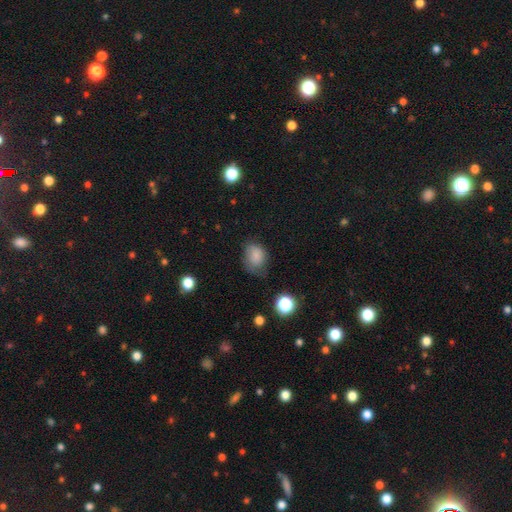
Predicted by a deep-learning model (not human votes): smooth 81%, star or artifact 11%, featured or disk 8%. Down the decision tree: how rounded — in between (54%); merging — none (53%).